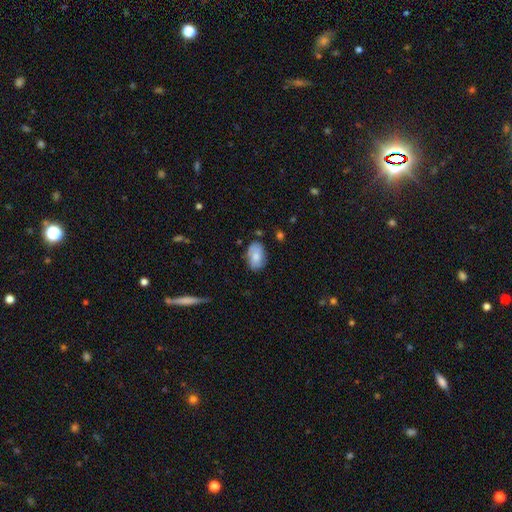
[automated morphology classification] The model was most divided on "smooth or featured": smooth: 64%, featured or disk: 29%, star or artifact: 7%. More confident: how rounded — in between (88%); merging — none (71%).